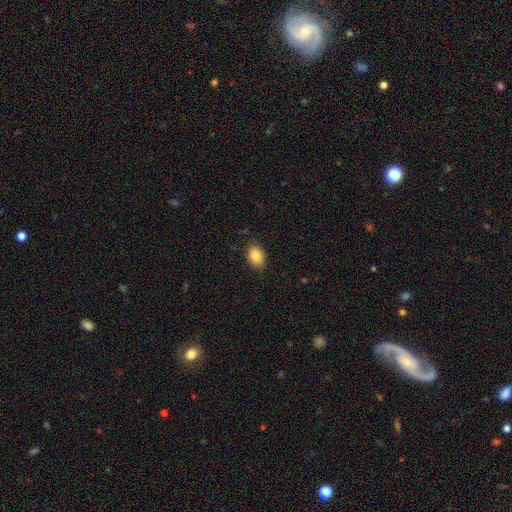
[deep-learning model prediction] Smooth or featured: smooth — 84% (star or artifact — 8%)
How rounded: in between — 78% (round — 21%)
Merging: none — 86% (minor disturbance — 11%)